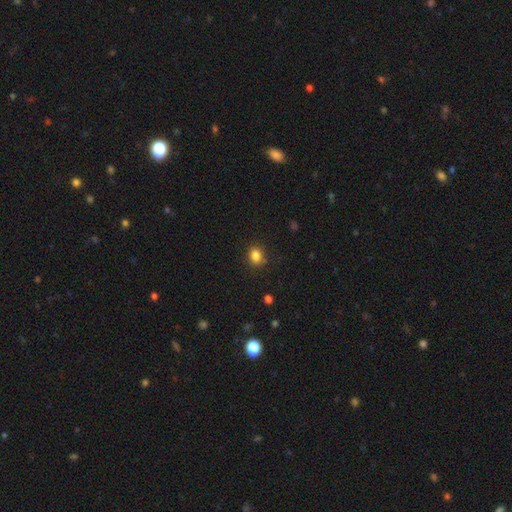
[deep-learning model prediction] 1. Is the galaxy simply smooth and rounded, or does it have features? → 85% smooth, 11% star or artifact, 5% featured or disk.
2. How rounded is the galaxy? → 52% in between, 47% round, 1% cigar-shaped.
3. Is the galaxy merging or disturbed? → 84% none, 12% minor disturbance, 3% major disturbance, 1% merger.